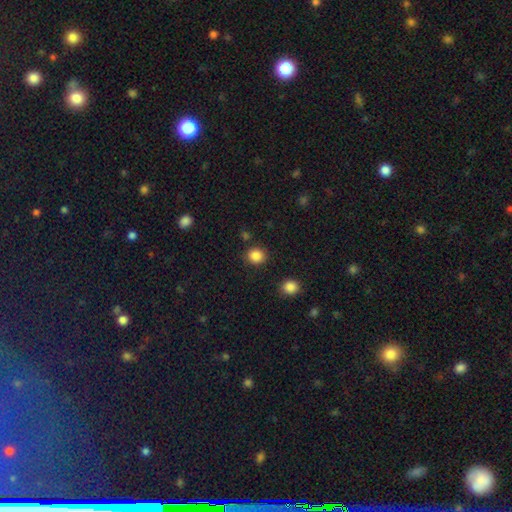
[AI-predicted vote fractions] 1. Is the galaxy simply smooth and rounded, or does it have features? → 86% smooth, 10% star or artifact, 4% featured or disk.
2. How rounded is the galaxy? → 84% round, 15% in between, 1% cigar-shaped.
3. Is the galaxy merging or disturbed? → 88% none, 7% minor disturbance, 3% merger, 2% major disturbance.